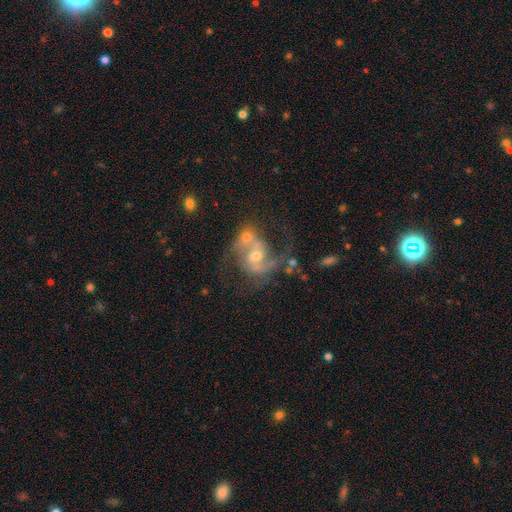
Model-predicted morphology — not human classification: smooth_or_featured: featured or disk (p=0.83) [alt: smooth p=0.10]
disk_edge_on: no (p=0.97) [alt: yes p=0.03]
bar: no (p=0.47) [alt: weak p=0.39]
has_spiral_arms: yes (p=0.92) [alt: no p=0.08]
spiral_winding: medium (p=0.49) [alt: loose p=0.38]
spiral_arm_count: 2 (p=0.80) [alt: 1 p=0.08]
bulge_size: moderate (p=0.58) [alt: small p=0.34]
merging: merger (p=0.42) [alt: none p=0.32]